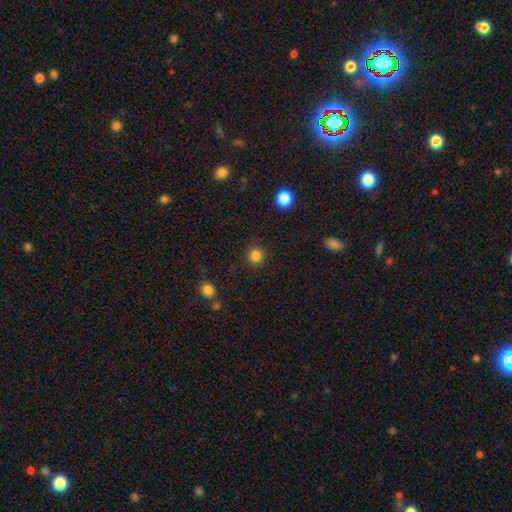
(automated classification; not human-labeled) smooth_or_featured: smooth (p=0.84) [alt: star or artifact p=0.12]
how_rounded: round (p=0.91) [alt: in between p=0.08]
merging: none (p=0.89) [alt: minor disturbance p=0.07]